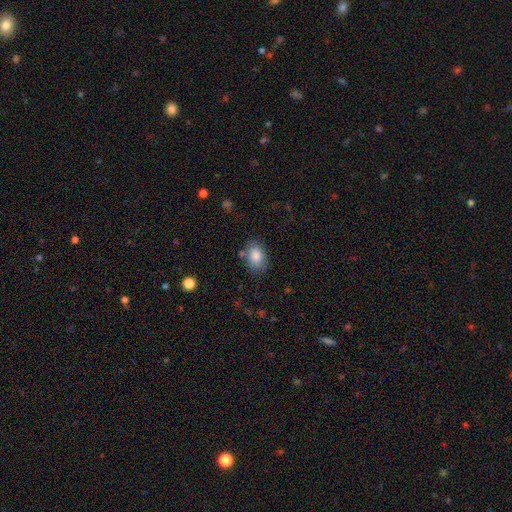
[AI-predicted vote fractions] Smooth or featured?
  - smooth: 85% *
  - featured or disk: 8%
  - star or artifact: 7%
How rounded?
  - in between: 80% *
  - round: 19%
  - cigar-shaped: 1%
Merging?
  - none: 76% *
  - minor disturbance: 16%
  - major disturbance: 4%
  - merger: 4%